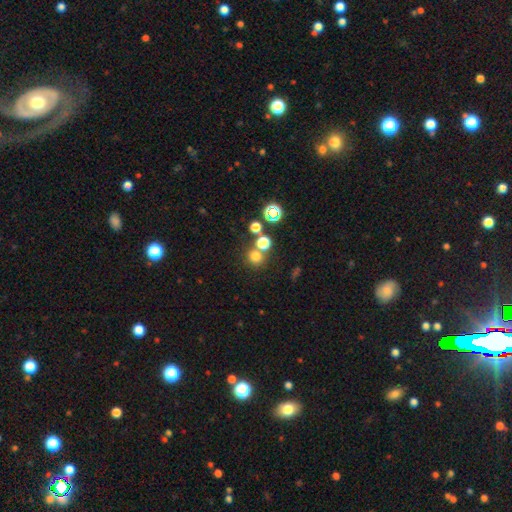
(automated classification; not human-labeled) Smooth or featured? smooth (69%)
How rounded? round (88%)
Merging? none (67%)